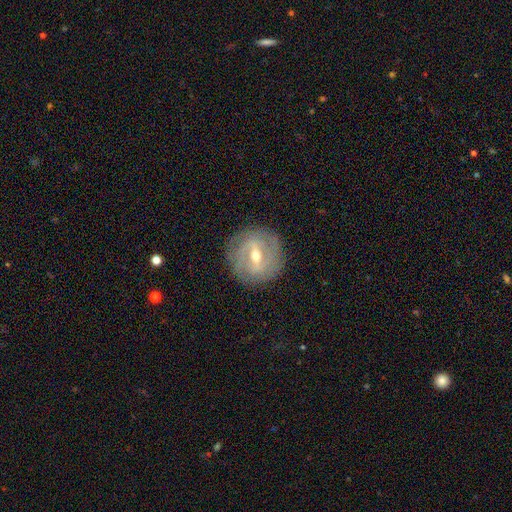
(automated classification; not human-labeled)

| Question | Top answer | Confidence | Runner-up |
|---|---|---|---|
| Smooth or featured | featured or disk | 79% | smooth (14%) |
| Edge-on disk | no | 91% | yes (9%) |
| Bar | strong | 51% | weak (39%) |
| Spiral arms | yes | 75% | no (25%) |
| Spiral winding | tight | 60% | medium (28%) |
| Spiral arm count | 2 | 45% | can't tell (34%) |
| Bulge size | moderate | 63% | small (32%) |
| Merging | none | 85% | minor disturbance (10%) |